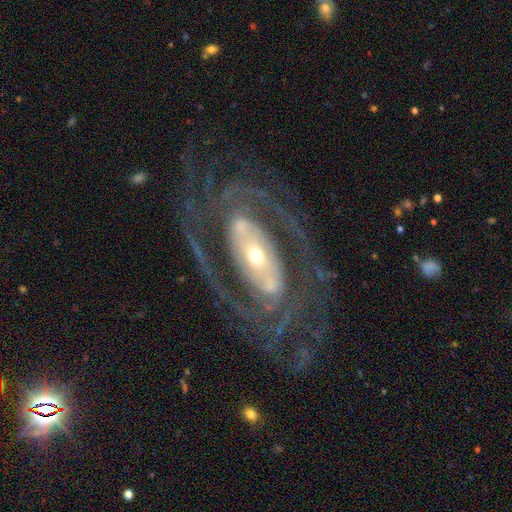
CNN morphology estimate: type=featured or disk (90%); edge-on=no (95%); bar=strong (41%); spiral arms=yes (95%); winding=tight (50%); arm count=2 (44%); bulge=small (48%); merging=none (68%).